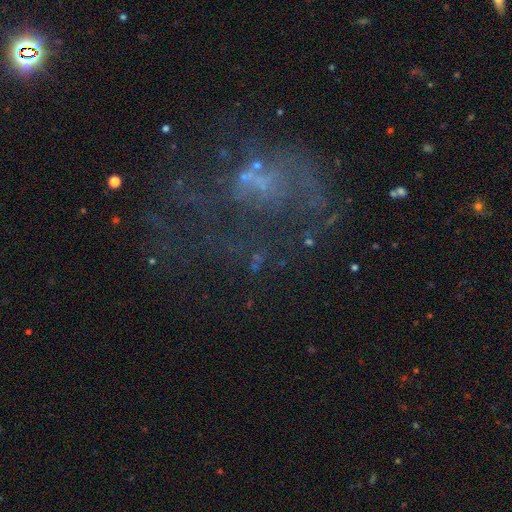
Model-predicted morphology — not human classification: smooth-or-featured: featured or disk: 51% | star or artifact: 30% | smooth: 19%
  disk-edge-on: no: 97% | yes: 3%
  merging: none: 40% | major disturbance: 38% | minor disturbance: 15% | merger: 8%